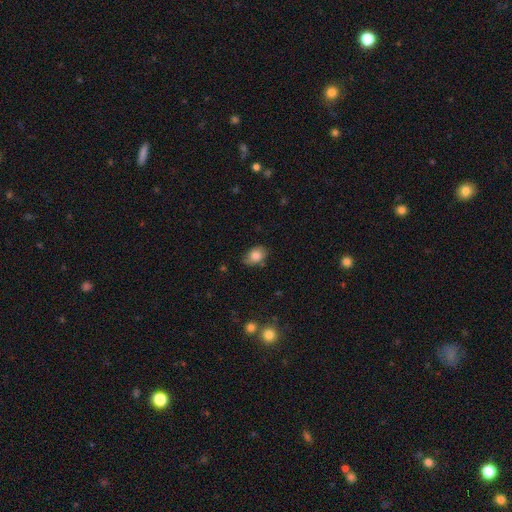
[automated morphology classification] smooth_or_featured: smooth (p=0.81) [alt: featured or disk p=0.11]
how_rounded: in between (p=0.72) [alt: round p=0.27]
merging: none (p=0.67) [alt: minor disturbance p=0.27]